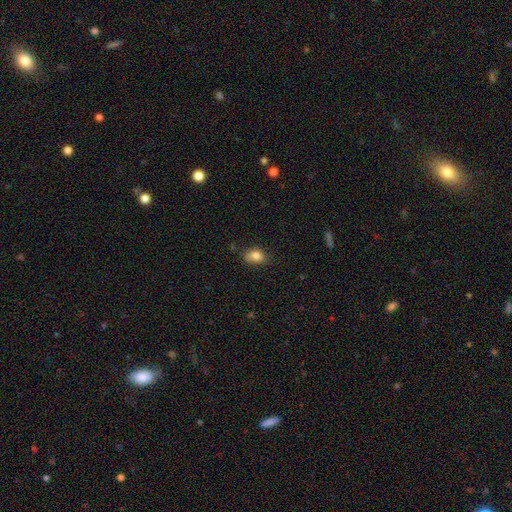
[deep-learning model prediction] A smooth galaxy with no disk features (82%) that is in between round and cigar-shaped (69%).

Vote fractions:
- Smooth or featured? smooth: 82% / star or artifact: 10% / featured or disk: 8%
- How rounded? in between: 69% / round: 30% / cigar-shaped: 2%
- Merging? none: 64% / minor disturbance: 27% / major disturbance: 5% / merger: 4%